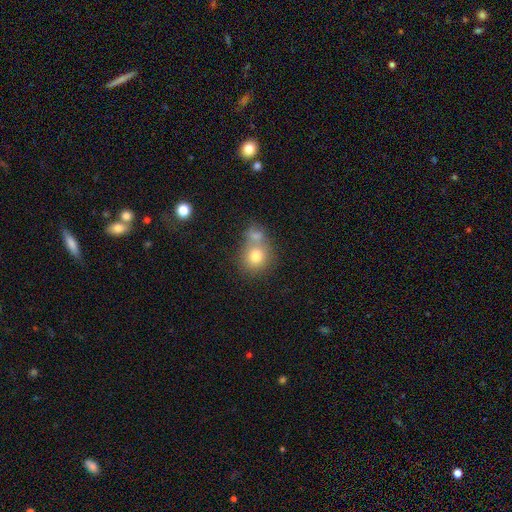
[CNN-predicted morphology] Smooth or featured? Predicted: smooth (p=0.78). How rounded? Predicted: round (p=0.75). Merging? Predicted: merger (p=0.44).